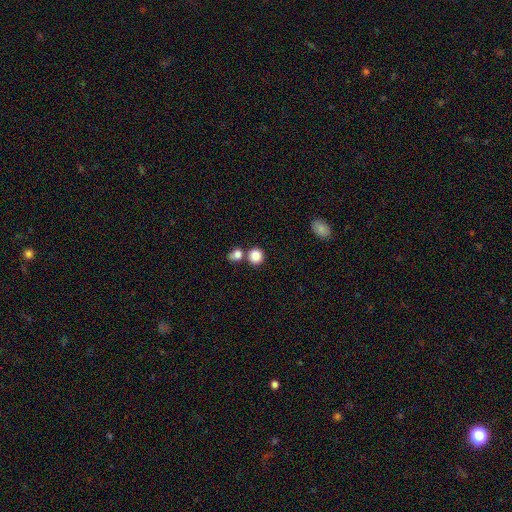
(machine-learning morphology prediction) Overall: smooth (85%). How rounded: round (86%). Merging: none (65%).